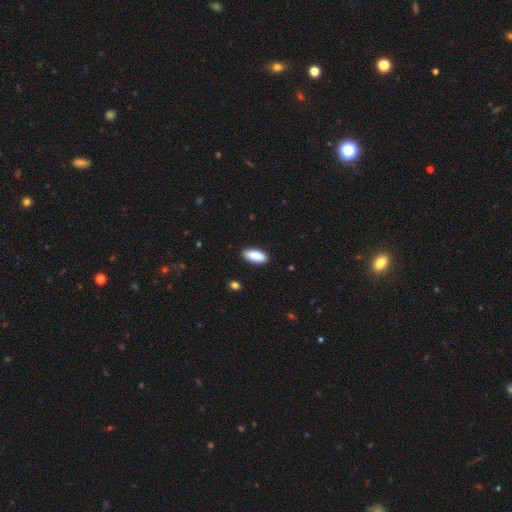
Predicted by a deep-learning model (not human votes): smooth 89%, star or artifact 6%, featured or disk 5%. Down the decision tree: how rounded — in between (81%); merging — none (87%).